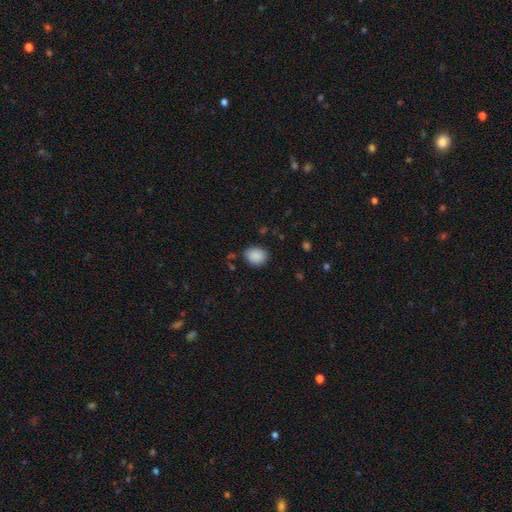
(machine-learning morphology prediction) A smooth galaxy with no disk features (88%) that is round (57%).

Vote fractions:
- Smooth or featured? smooth: 88% / star or artifact: 8% / featured or disk: 4%
- How rounded? round: 57% / in between: 42% / cigar-shaped: 1%
- Merging? none: 82% / minor disturbance: 13% / major disturbance: 3% / merger: 2%